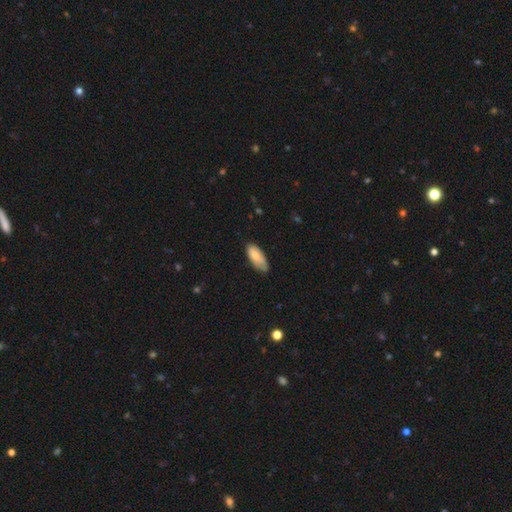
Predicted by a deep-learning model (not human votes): This is likely a smooth galaxy (76%). How rounded: clearly in between (84%). Merging: likely none (64%).